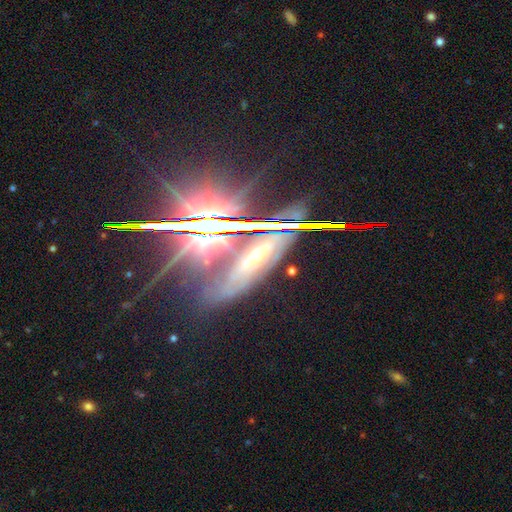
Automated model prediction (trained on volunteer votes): Smooth or featured: featured or disk — 44% (star or artifact — 43%)
Merging: none — 68% (minor disturbance — 17%)